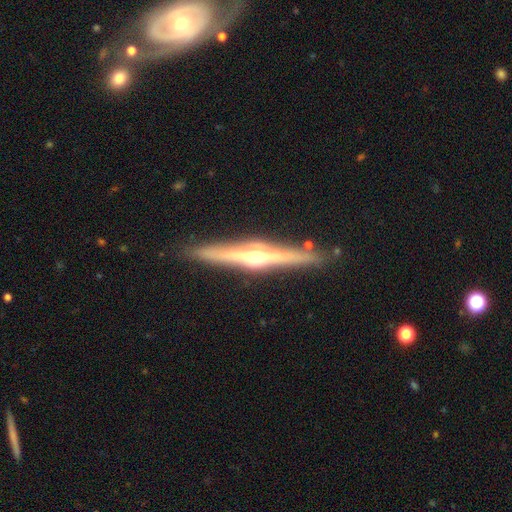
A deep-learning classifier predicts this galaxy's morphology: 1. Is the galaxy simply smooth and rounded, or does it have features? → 83% featured or disk, 12% smooth, 5% star or artifact.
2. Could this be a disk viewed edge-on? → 98% yes, 2% no.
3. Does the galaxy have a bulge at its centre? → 90% rounded, 6% boxy, 4% none.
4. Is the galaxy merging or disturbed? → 89% none, 8% minor disturbance, 2% major disturbance, 1% merger.